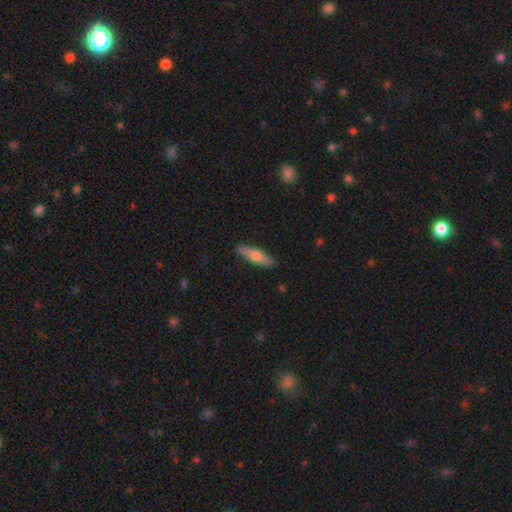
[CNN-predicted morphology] smooth 63%, featured or disk 31%, star or artifact 6%. Down the decision tree: how rounded — cigar-shaped (73%); merging — none (88%).